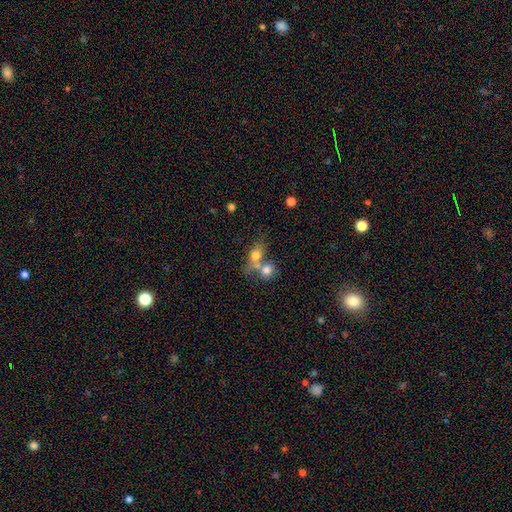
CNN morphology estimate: This appears to be a smooth galaxy with no disk features (66%) that is in between round and cigar-shaped (55%). Merging: merger (54%).